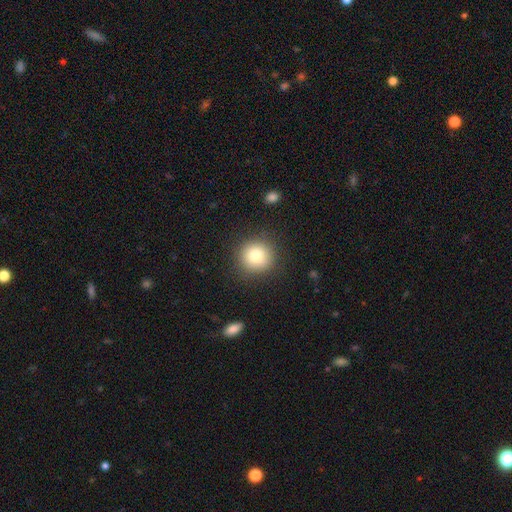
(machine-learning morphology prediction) smooth-or-featured: smooth: 81% | star or artifact: 10% | featured or disk: 9%
  how-rounded: round: 92% | in between: 7% | cigar-shaped: 1%
  merging: none: 88% | minor disturbance: 8% | major disturbance: 3% | merger: 1%